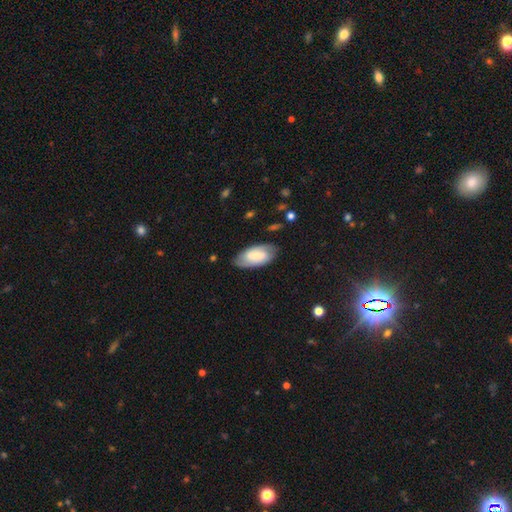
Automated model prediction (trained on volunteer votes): This appears to be a smooth galaxy with no disk features (59%) that is in between round and cigar-shaped (93%). Merging: none (78%).